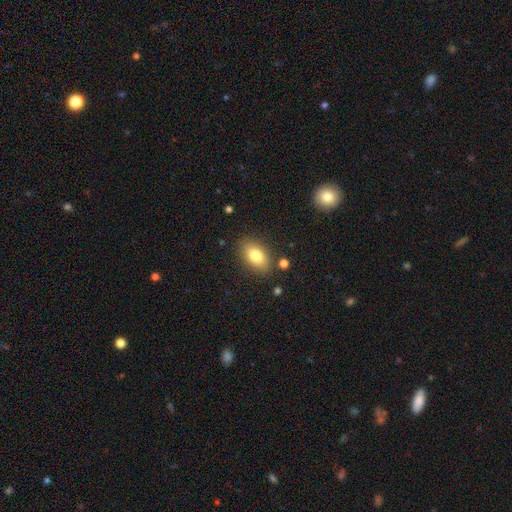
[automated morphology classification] This is clearly a smooth galaxy (81%). How rounded: clearly in between (88%). Merging: clearly none (83%).